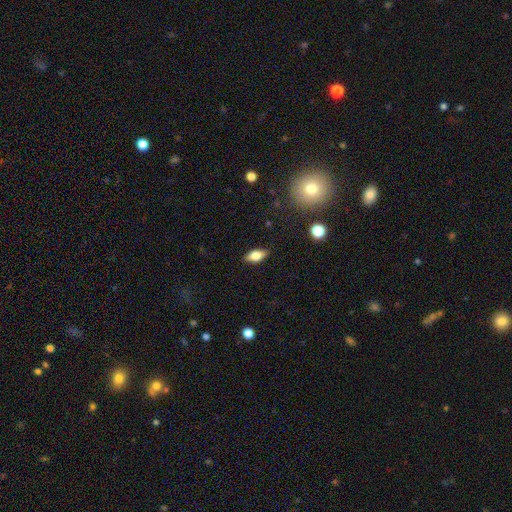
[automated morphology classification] Smooth or featured? smooth (74%)
How rounded? in between (86%)
Merging? none (86%)